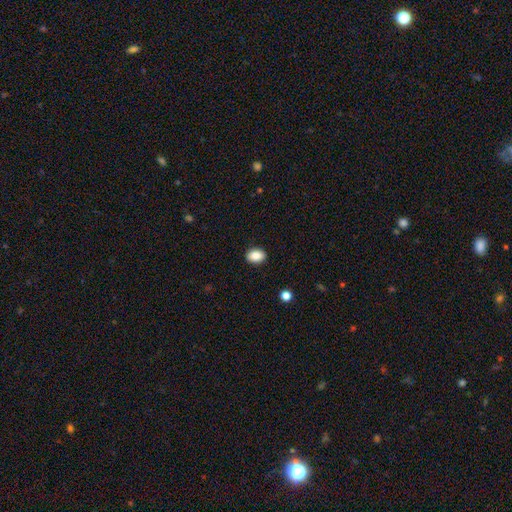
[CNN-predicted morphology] A smooth galaxy with no disk features (88%) that is in between round and cigar-shaped (75%). Merging: none (90%).